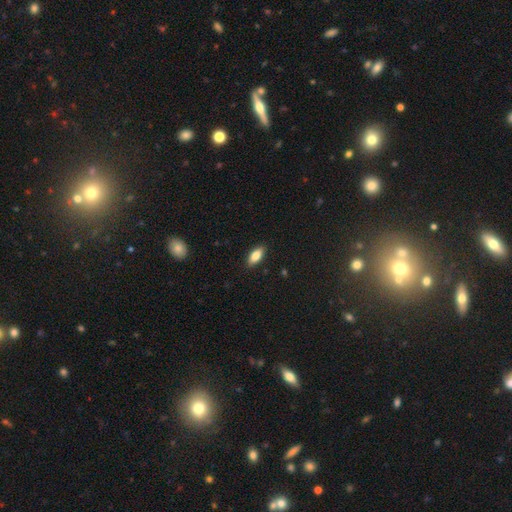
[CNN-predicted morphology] This is clearly a smooth galaxy (81%). How rounded: clearly in between (84%). Merging: clearly none (88%).